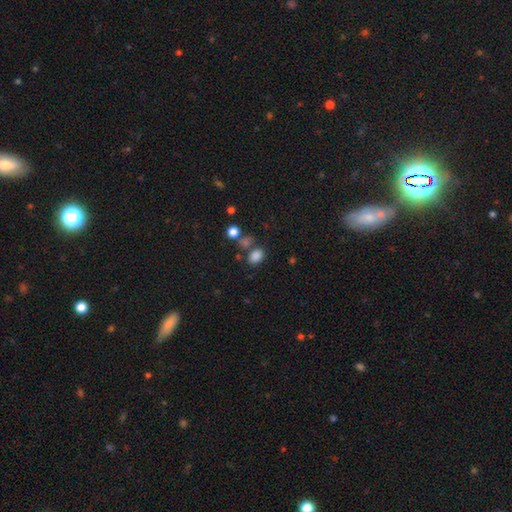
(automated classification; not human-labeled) smooth_or_featured: smooth (p=0.82) [alt: star or artifact p=0.13]
how_rounded: in between (p=0.68) [alt: round p=0.31]
merging: none (p=0.65) [alt: merger p=0.16]